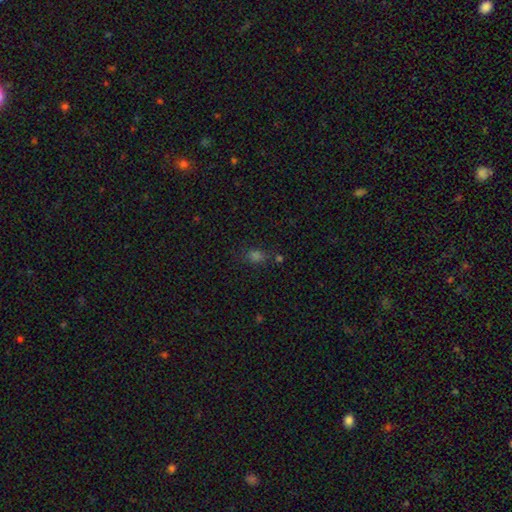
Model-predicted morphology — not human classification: A smooth galaxy with no disk features (63%) that is in between round and cigar-shaped (53%).

Vote fractions:
- Smooth or featured? smooth: 63% / star or artifact: 31% / featured or disk: 6%
- How rounded? in between: 53% / round: 45% / cigar-shaped: 2%
- Merging? none: 73% / minor disturbance: 14% / merger: 8% / major disturbance: 5%